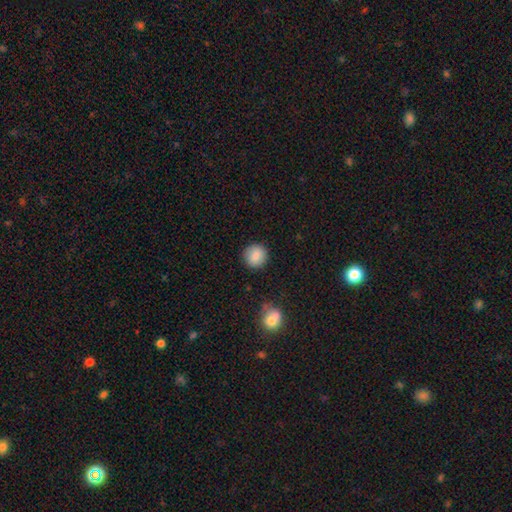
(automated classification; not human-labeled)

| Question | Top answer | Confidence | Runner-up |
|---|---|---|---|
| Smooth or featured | smooth | 87% | star or artifact (8%) |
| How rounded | round | 91% | in between (8%) |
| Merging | none | 89% | minor disturbance (7%) |